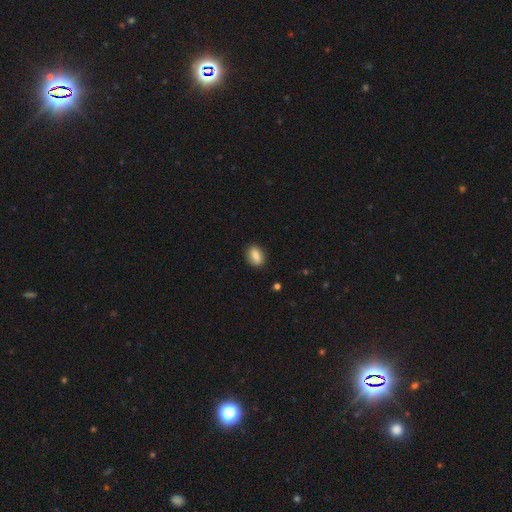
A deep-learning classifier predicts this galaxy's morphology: The model was most divided on "how rounded": in between: 78%, round: 20%, cigar-shaped: 2%. More confident: merging — none (88%); smooth or featured — smooth (82%).